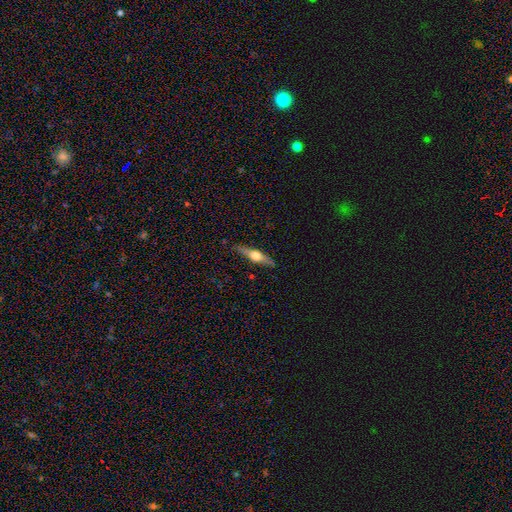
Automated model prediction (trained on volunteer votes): Smooth or featured? Predicted: featured or disk (p=0.64). Edge-on disk? Predicted: yes (p=0.96). Edge-on bulge? Predicted: rounded (p=0.95). Merging? Predicted: none (p=0.87).